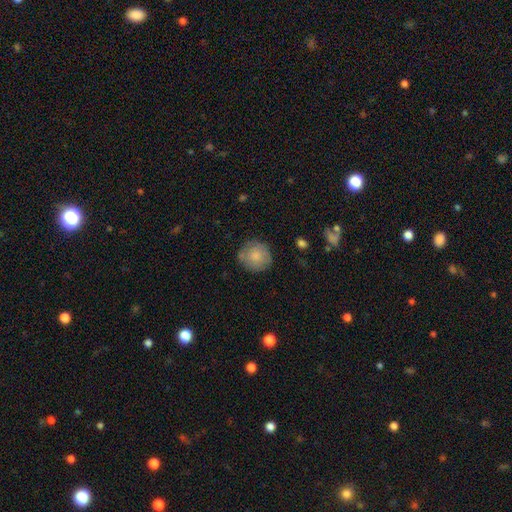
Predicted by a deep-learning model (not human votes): Smooth or featured? smooth (77%)
How rounded? round (90%)
Merging? none (78%)